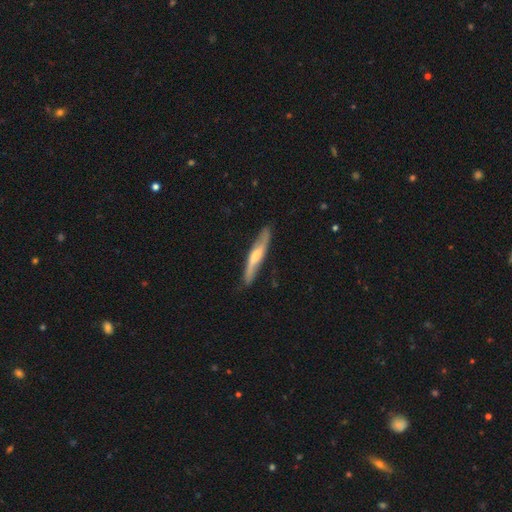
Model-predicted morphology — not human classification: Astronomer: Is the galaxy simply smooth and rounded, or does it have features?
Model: featured or disk — 63%.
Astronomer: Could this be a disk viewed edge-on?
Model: yes — 65%.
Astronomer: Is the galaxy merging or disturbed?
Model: none — 80%.